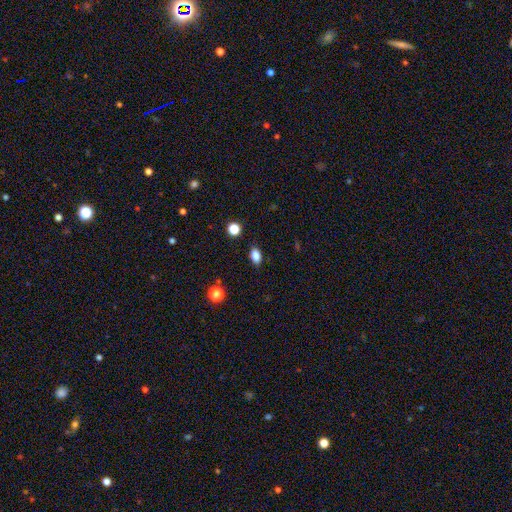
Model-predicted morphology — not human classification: A smooth galaxy with no disk features (85%) that is in between round and cigar-shaped (84%). Merging: none (87%).